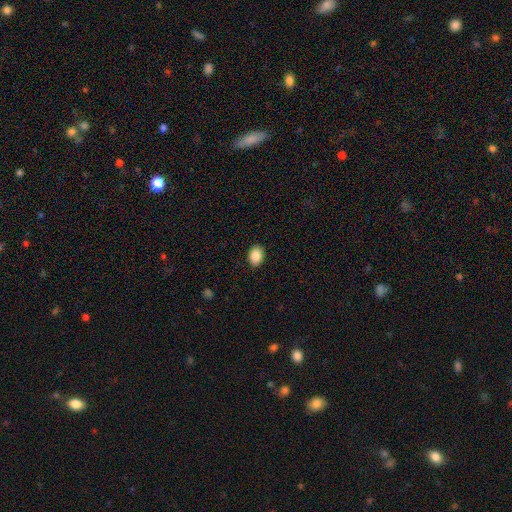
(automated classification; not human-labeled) Smooth or featured? Predicted: smooth (p=0.87). How rounded? Predicted: in between (p=0.74). Merging? Predicted: none (p=0.90).